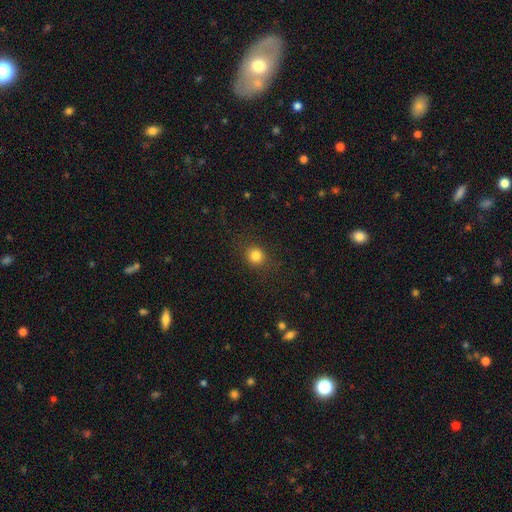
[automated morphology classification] A smooth galaxy with no disk features (82%) that is round (85%). Merging: none (87%).